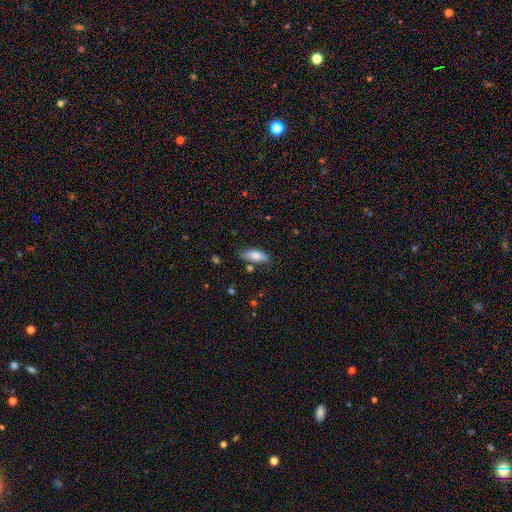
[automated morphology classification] This appears to be a smooth galaxy with no disk features (80%) that is in between round and cigar-shaped (69%). Merging: none (71%).